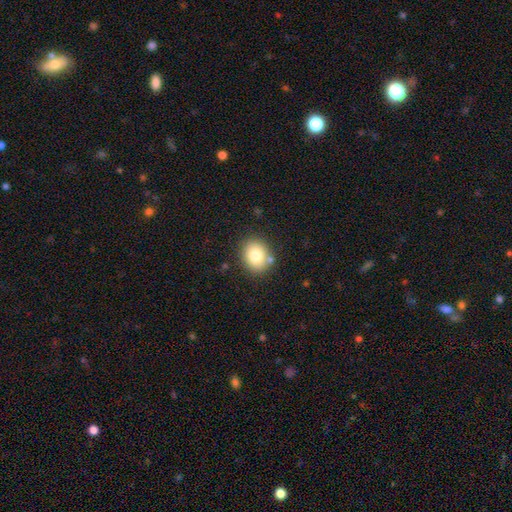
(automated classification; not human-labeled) This appears to be a smooth galaxy with no disk features (79%) that is round (59%). Merging: none (80%).